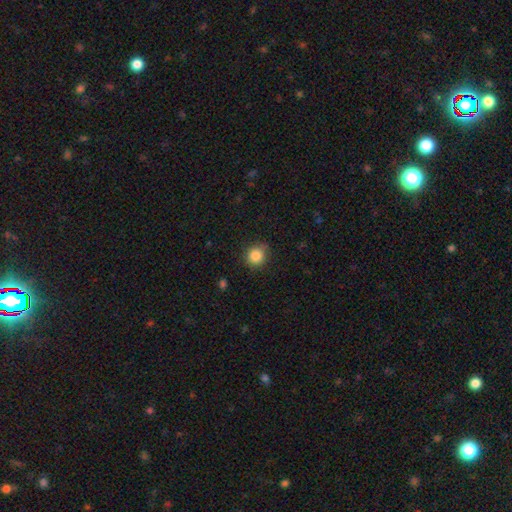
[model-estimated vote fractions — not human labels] This is clearly a smooth galaxy (86%). How rounded: clearly round (86%). Merging: likely none (80%).